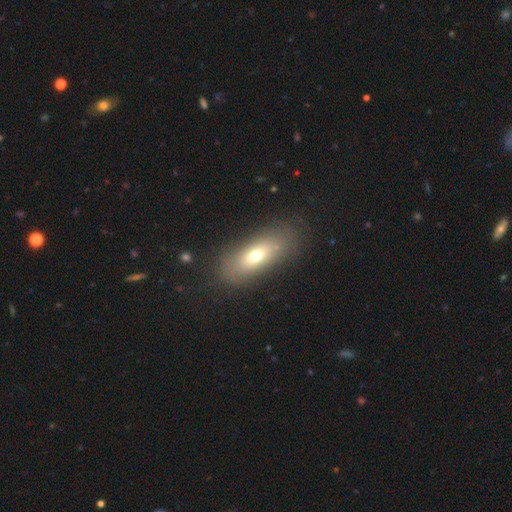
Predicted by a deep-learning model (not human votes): Smooth or featured?
  - smooth: 63% *
  - featured or disk: 28%
  - star or artifact: 10%
How rounded?
  - in between: 73% *
  - cigar-shaped: 21%
  - round: 6%
Merging?
  - none: 77% *
  - minor disturbance: 14%
  - major disturbance: 7%
  - merger: 2%